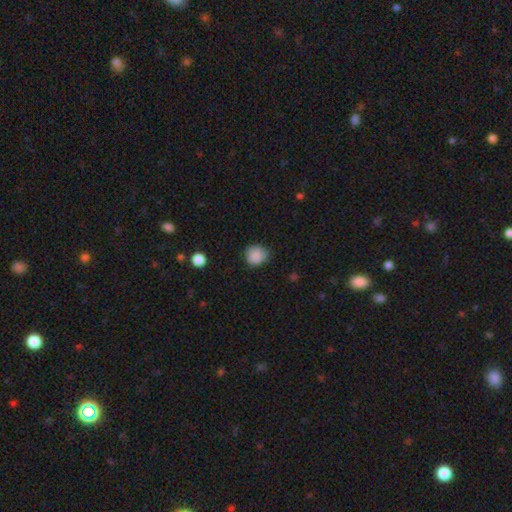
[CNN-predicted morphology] smooth 87%, star or artifact 9%, featured or disk 4%. Down the decision tree: how rounded — round (83%); merging — none (73%).